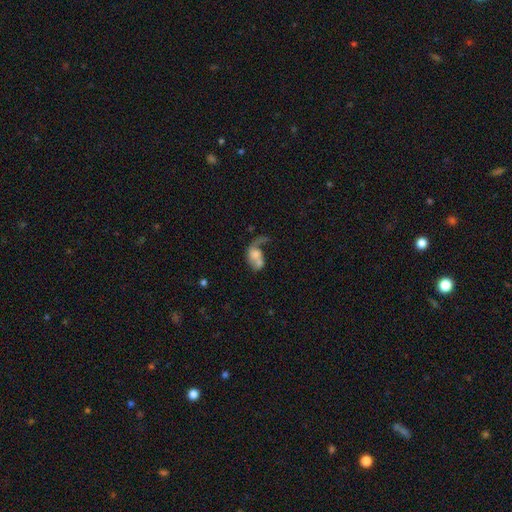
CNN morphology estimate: type=featured or disk (45%, tied with smooth); merging=merger (44%).